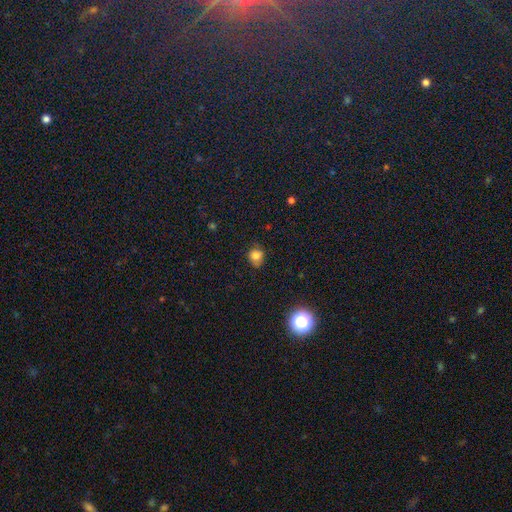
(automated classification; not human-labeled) This is likely a smooth galaxy (78%). How rounded: likely round (77%). Merging: likely none (70%).